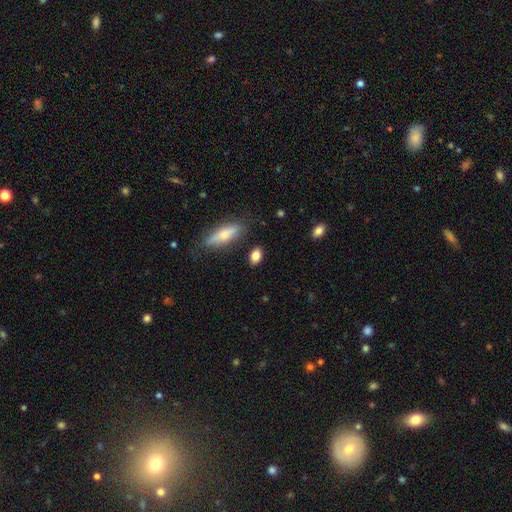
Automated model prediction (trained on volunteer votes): Q: Smooth or featured?
A: smooth (82%); runner-up: featured or disk (10%)
Q: How rounded?
A: in between (79%); runner-up: round (15%)
Q: Merging?
A: none (83%); runner-up: minor disturbance (10%)